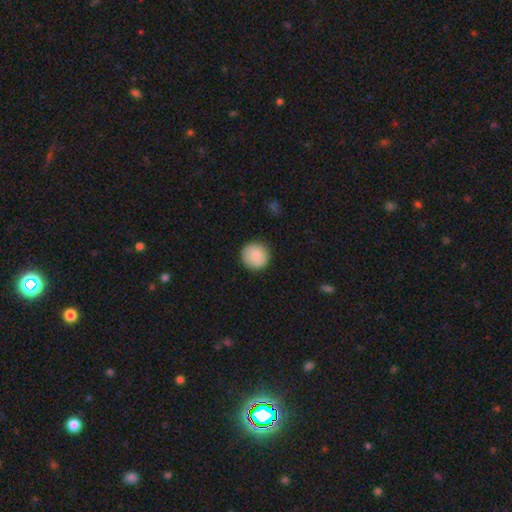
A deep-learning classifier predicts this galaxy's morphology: Smooth or featured?
  - smooth: 89% *
  - star or artifact: 7%
  - featured or disk: 5%
How rounded?
  - round: 94% *
  - in between: 5%
  - cigar-shaped: 1%
Merging?
  - none: 89% *
  - minor disturbance: 8%
  - major disturbance: 2%
  - merger: 1%